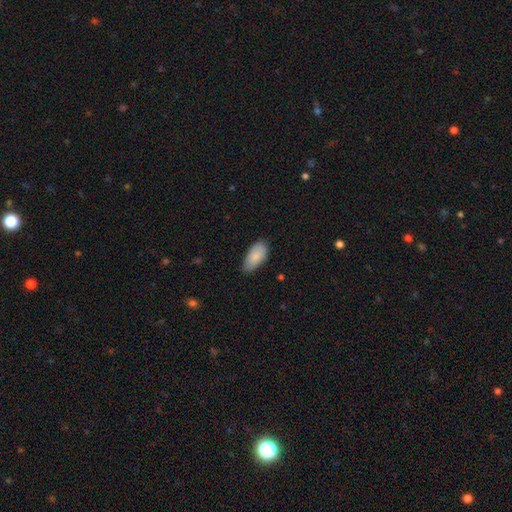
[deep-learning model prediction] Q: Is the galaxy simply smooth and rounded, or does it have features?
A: smooth — 87%.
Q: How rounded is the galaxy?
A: in between — 93%.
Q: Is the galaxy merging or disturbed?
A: none — 69%.